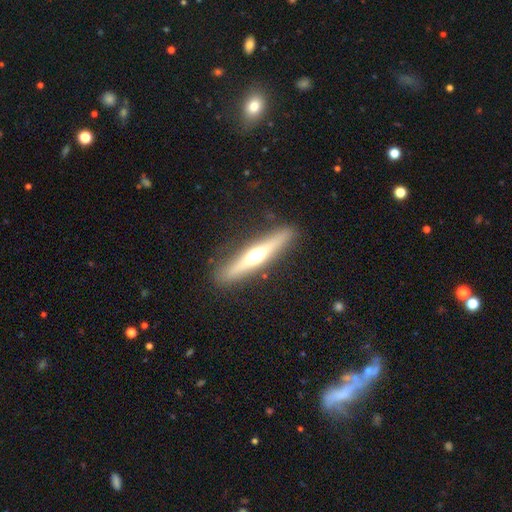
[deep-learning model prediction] Smooth or featured? featured or disk (65%)
Edge-on disk? yes (93%)
Edge-on bulge? rounded (93%)
Merging? none (87%)